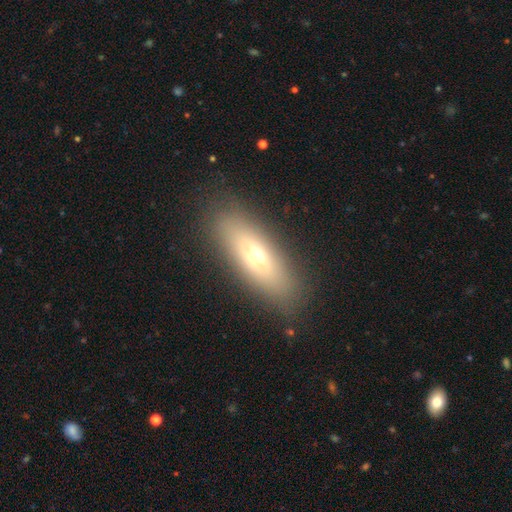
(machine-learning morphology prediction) This is possibly a smooth galaxy (56%). How rounded: possibly in between (52%). Merging: clearly none (86%).